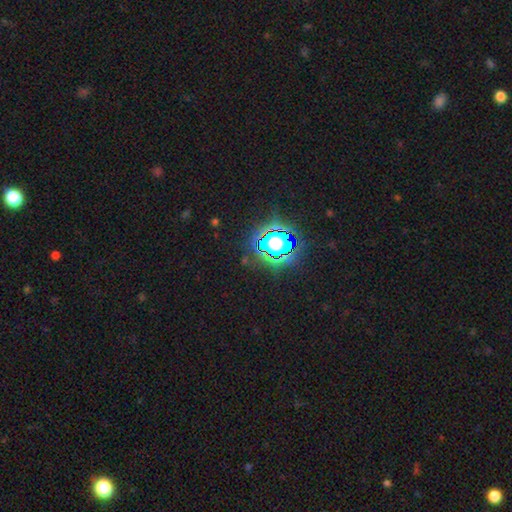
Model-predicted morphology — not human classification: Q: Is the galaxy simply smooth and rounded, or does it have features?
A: star or artifact — 80%.